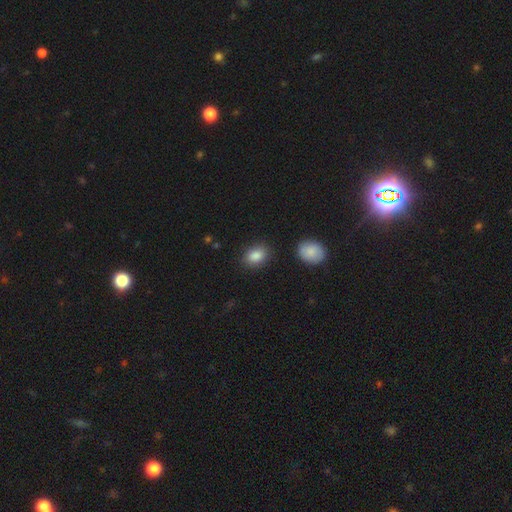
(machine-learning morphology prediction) Smooth or featured? smooth (87%)
How rounded? in between (76%)
Merging? none (84%)